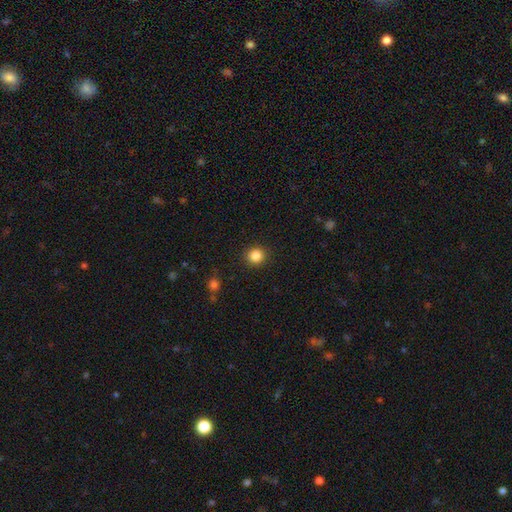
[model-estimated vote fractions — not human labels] This is clearly a smooth galaxy (86%). How rounded: clearly round (91%). Merging: clearly none (91%).